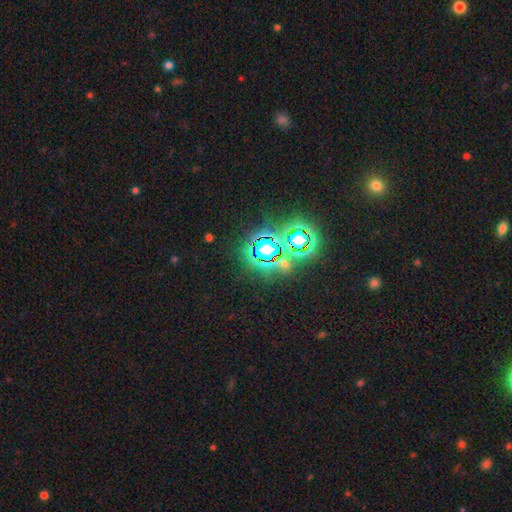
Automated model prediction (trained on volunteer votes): This is likely a star or artifact rather than a galaxy (78%).